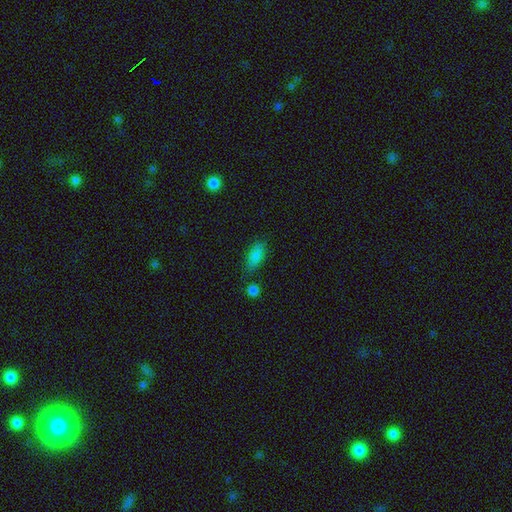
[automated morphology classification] Overall: smooth (84%). How rounded: in between (82%). Merging: none (73%).